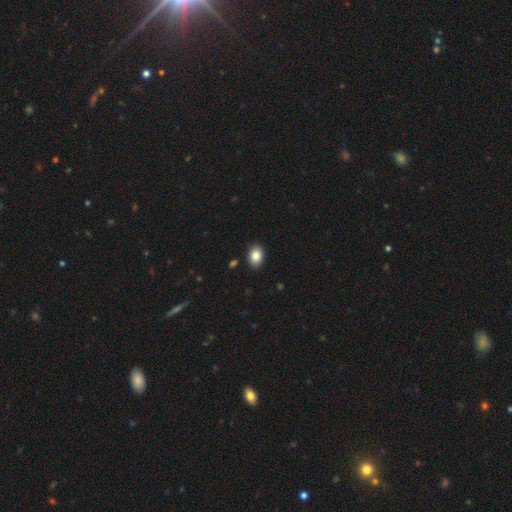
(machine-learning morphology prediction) Q: Smooth or featured?
A: smooth (86%); runner-up: star or artifact (8%)
Q: How rounded?
A: in between (75%); runner-up: round (24%)
Q: Merging?
A: none (89%); runner-up: minor disturbance (8%)